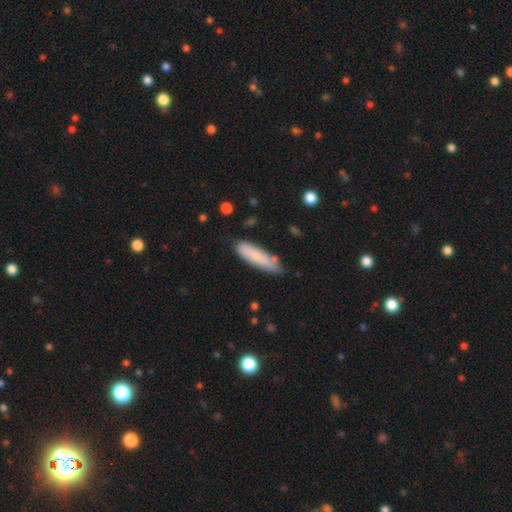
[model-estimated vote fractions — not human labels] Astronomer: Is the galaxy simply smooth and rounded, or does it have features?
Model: smooth — 78%.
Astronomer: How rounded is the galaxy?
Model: cigar-shaped — 65%.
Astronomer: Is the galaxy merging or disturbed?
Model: none — 69%.